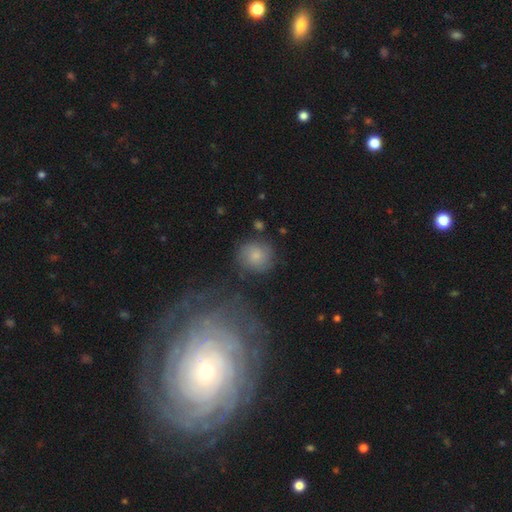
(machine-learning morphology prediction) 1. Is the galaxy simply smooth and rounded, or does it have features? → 69% smooth, 20% featured or disk, 11% star or artifact.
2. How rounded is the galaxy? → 89% round, 10% in between, 1% cigar-shaped.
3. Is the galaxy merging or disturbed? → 74% none, 14% minor disturbance, 6% major disturbance, 5% merger.